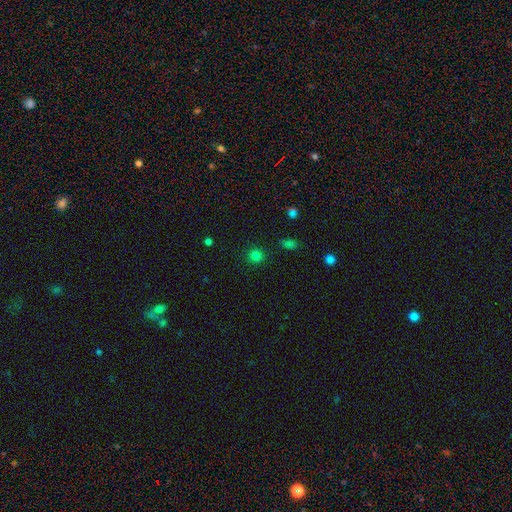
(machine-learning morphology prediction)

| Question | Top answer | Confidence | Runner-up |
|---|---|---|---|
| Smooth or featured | smooth | 79% | star or artifact (17%) |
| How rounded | round | 92% | in between (7%) |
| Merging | none | 90% | minor disturbance (6%) |